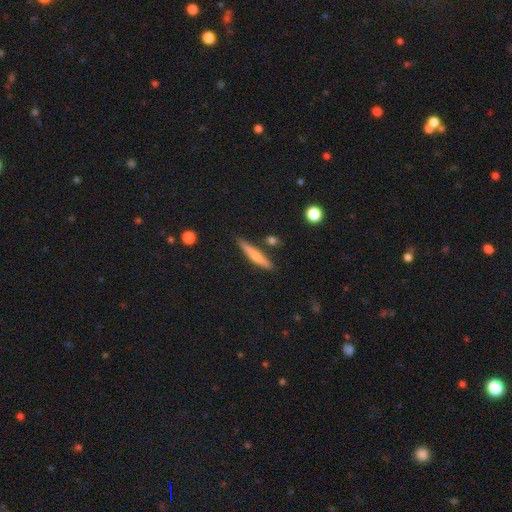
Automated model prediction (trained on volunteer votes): This is possibly a smooth galaxy (58%). How rounded: clearly cigar-shaped (92%). Merging: clearly none (81%).